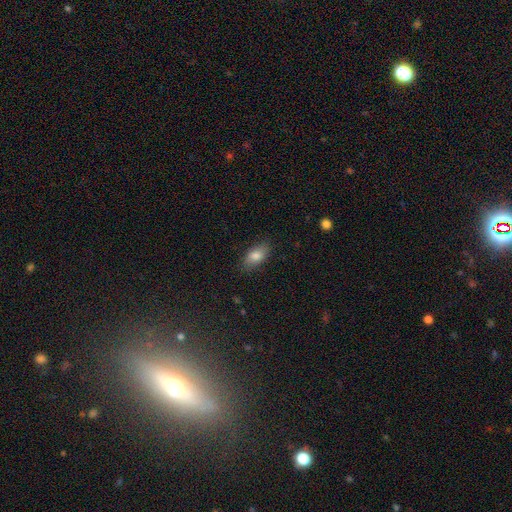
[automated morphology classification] type=smooth (82%); roundness=in between (89%); merging=none (83%).